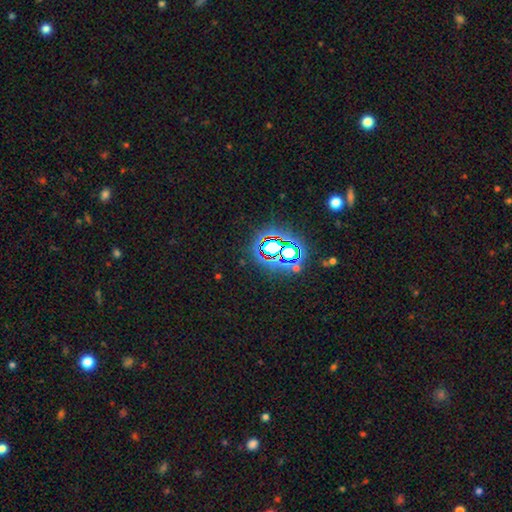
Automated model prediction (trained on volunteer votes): A star or artifact, not a galaxy (78%).

Vote fractions:
- Smooth or featured? star or artifact: 78% / smooth: 13% / featured or disk: 9%